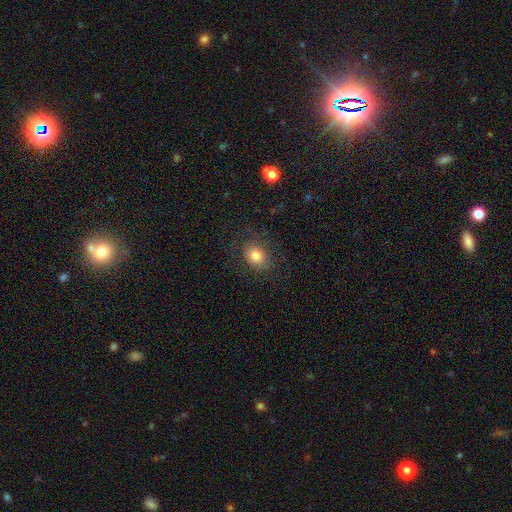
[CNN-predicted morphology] Smooth or featured: smooth — 75% (featured or disk — 16%)
How rounded: in between — 52% (round — 47%)
Merging: none — 74% (minor disturbance — 15%)